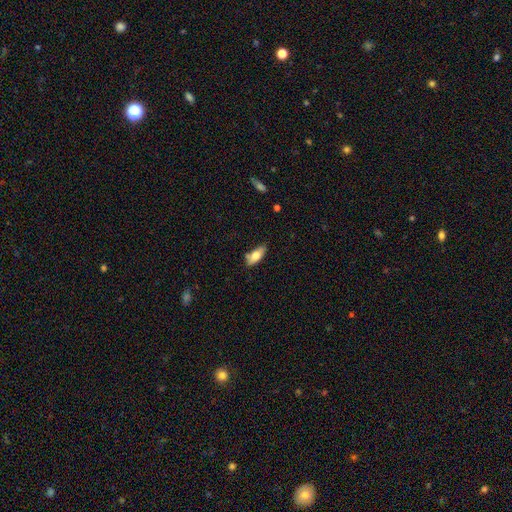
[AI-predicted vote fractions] smooth_or_featured: smooth (p=0.72) [alt: featured or disk p=0.22]
how_rounded: in between (p=0.79) [alt: cigar-shaped p=0.19]
merging: none (p=0.72) [alt: minor disturbance p=0.19]